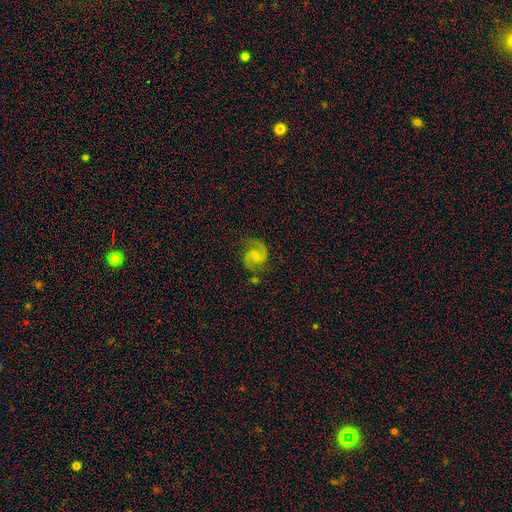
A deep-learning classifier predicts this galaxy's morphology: Overall: featured or disk (87%). Edge-on disk: no (98%). Bar: no (54%; weak 38%). Spiral arms: yes (98%). Spiral arm count: 2 (93%). Spiral winding: medium (60%; tight 21%). Bulge size: none (48%; small 32%). Merging: none (76%).